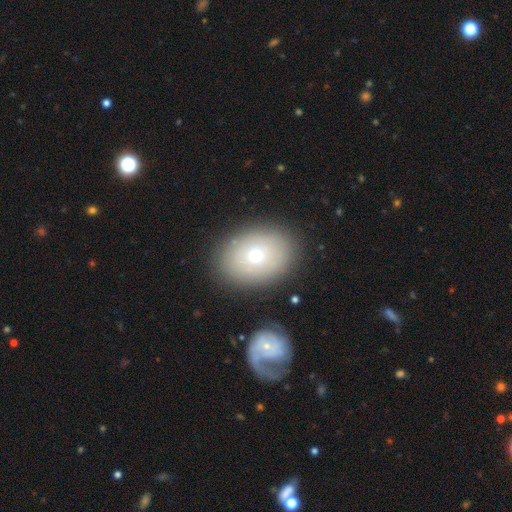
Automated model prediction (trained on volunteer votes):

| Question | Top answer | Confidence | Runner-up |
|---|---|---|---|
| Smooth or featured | smooth | 68% | featured or disk (21%) |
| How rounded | in between | 67% | round (32%) |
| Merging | none | 83% | minor disturbance (9%) |